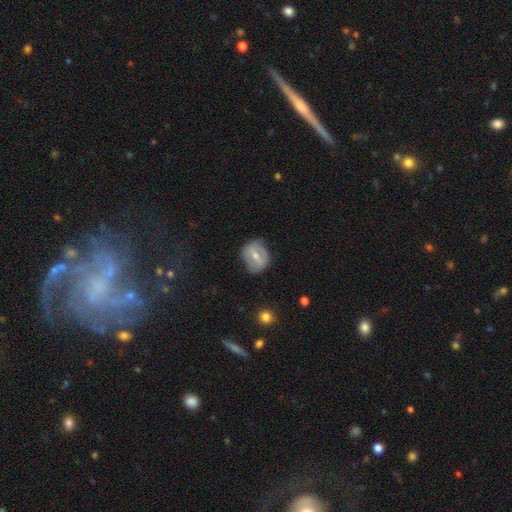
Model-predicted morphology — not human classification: The model was most divided on "smooth or featured": featured or disk: 51%, smooth: 42%, star or artifact: 7%. More confident: edge-on disk — no (94%); merging — none (62%).